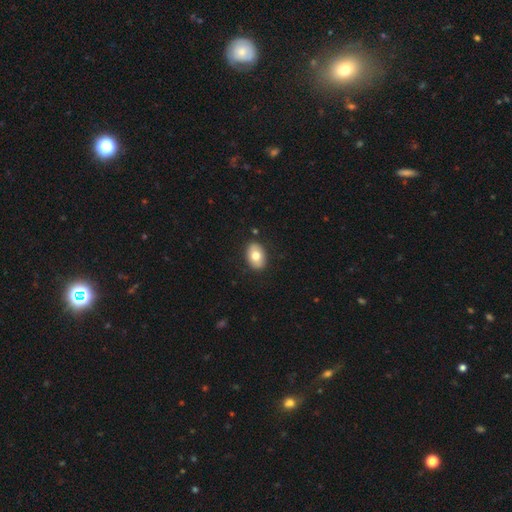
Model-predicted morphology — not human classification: Smooth or featured: smooth — 75% (featured or disk — 18%)
How rounded: in between — 84% (round — 15%)
Merging: none — 88% (minor disturbance — 9%)